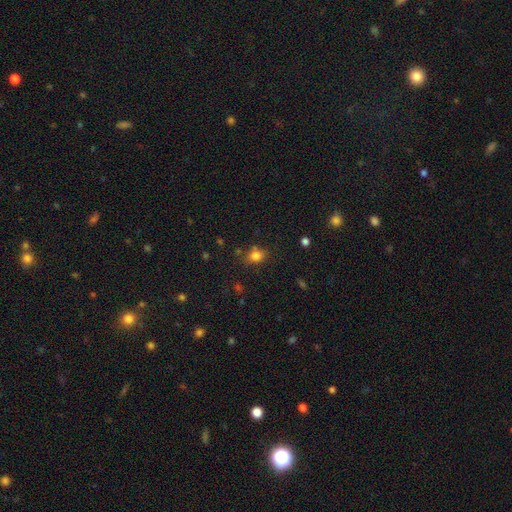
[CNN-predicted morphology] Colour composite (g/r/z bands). It shows a smooth galaxy with no disk features (79%) that is round (50%). Merging: none (70%).